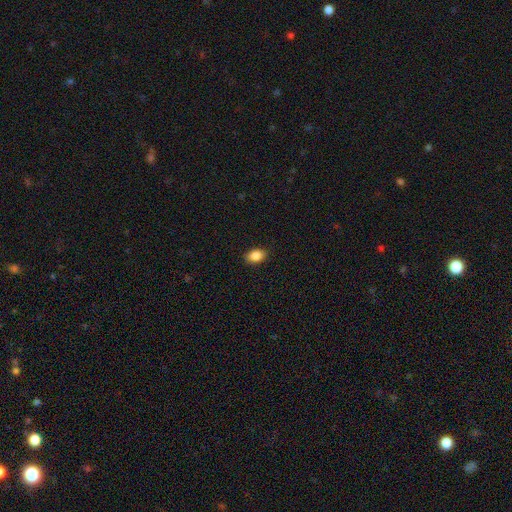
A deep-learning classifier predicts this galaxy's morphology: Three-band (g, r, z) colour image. It shows a smooth galaxy with no disk features (87%) that is in between round and cigar-shaped (86%). Merging: none (88%).